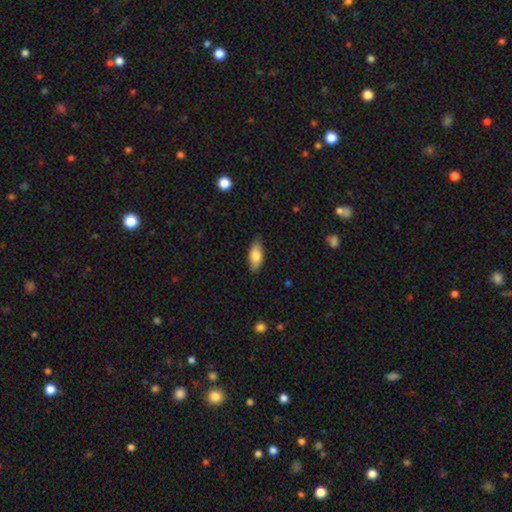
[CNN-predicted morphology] Overall: smooth (78%). How rounded: in between (84%). Merging: none (82%).